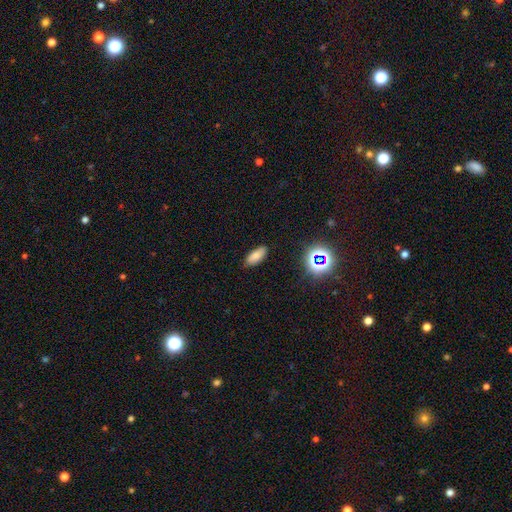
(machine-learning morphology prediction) This is likely a smooth galaxy (78%). How rounded: clearly in between (83%). Merging: clearly none (85%).